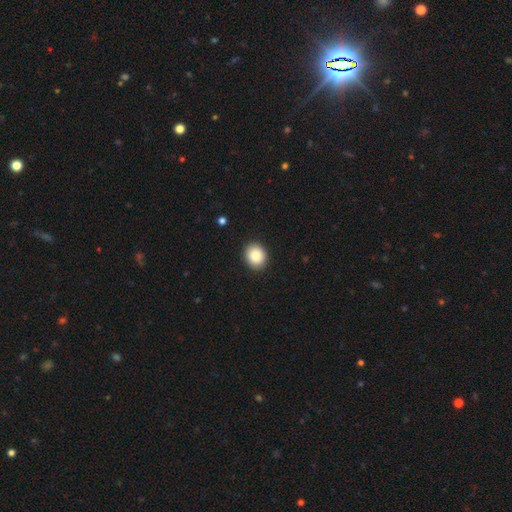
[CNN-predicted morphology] type=smooth (86%); roundness=round (64%); merging=none (91%).